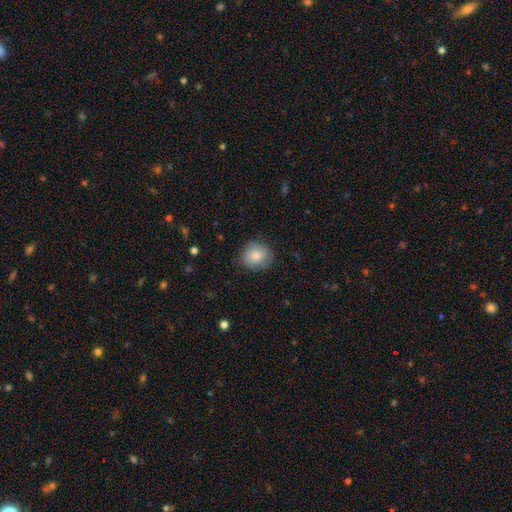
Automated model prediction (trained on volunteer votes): Morphology: type=smooth (85%); roundness=round (77%); merging=none (83%).